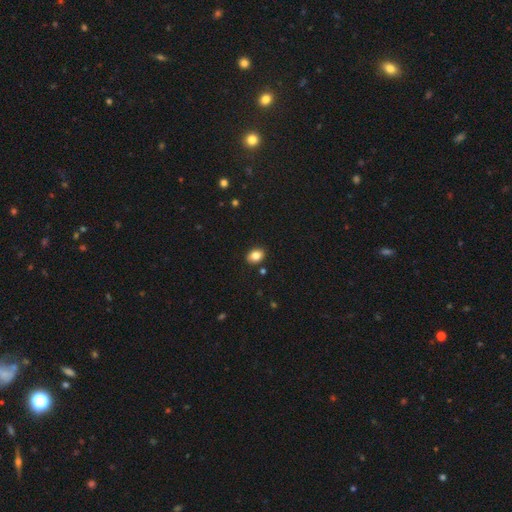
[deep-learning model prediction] Smooth or featured? smooth (83%)
How rounded? in between (67%)
Merging? none (88%)